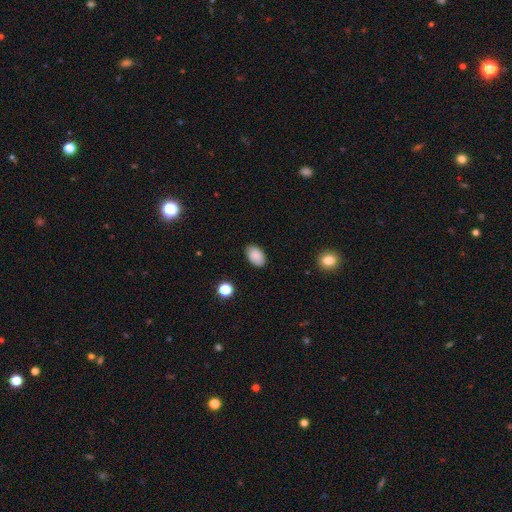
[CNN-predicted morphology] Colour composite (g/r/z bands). It shows a smooth galaxy with no disk features (89%) that is in between round and cigar-shaped (91%). Merging: none (88%).